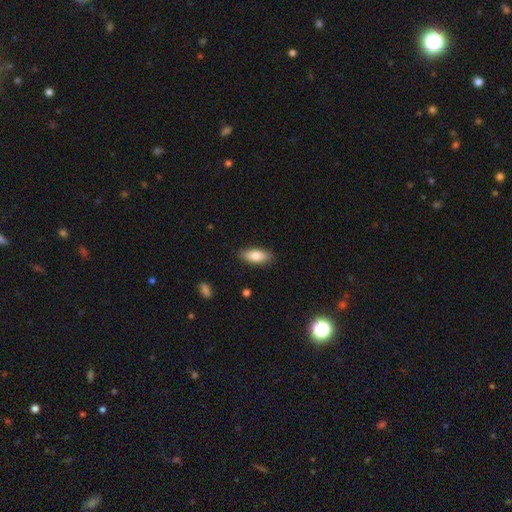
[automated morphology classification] smooth-or-featured: smooth: 83% | featured or disk: 10% | star or artifact: 6%
  how-rounded: in between: 84% | cigar-shaped: 13% | round: 2%
  merging: none: 86% | minor disturbance: 11% | major disturbance: 2% | merger: 1%